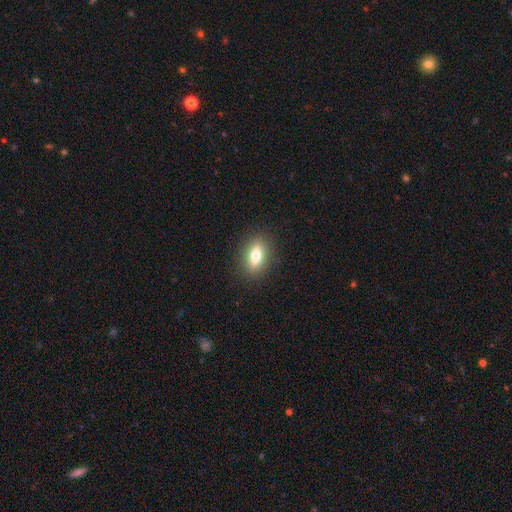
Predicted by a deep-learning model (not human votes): Smooth or featured: smooth — 65% (featured or disk — 26%)
How rounded: in between — 71% (cigar-shaped — 18%)
Merging: none — 88% (minor disturbance — 8%)